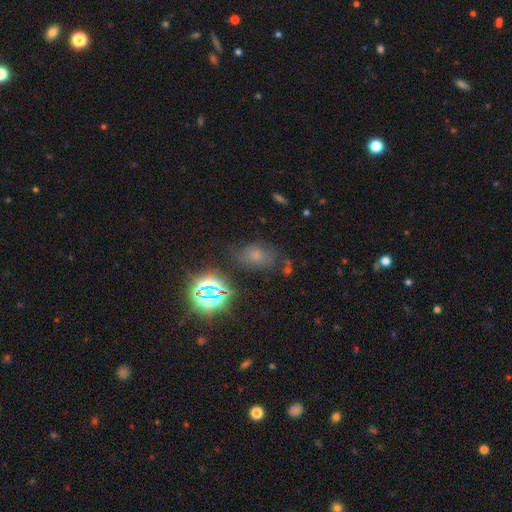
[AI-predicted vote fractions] smooth_or_featured: star or artifact (p=0.50) [alt: smooth p=0.32]